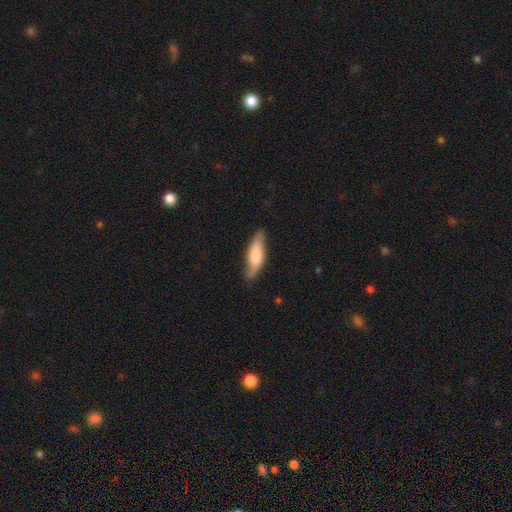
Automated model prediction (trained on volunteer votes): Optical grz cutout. It shows a smooth galaxy with no disk features (58%) that is cigar-shaped (55%). Merging: none (75%).